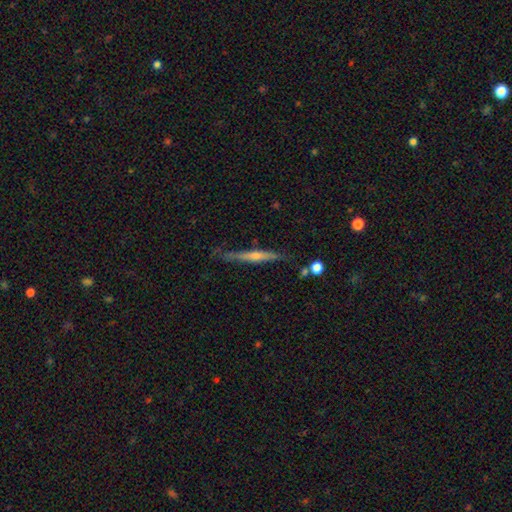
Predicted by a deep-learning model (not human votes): Smooth or featured: featured or disk — 74% (smooth — 18%)
Edge-on disk: yes — 97% (no — 3%)
Edge-on bulge: rounded — 77% (none — 16%)
Merging: none — 83% (minor disturbance — 12%)